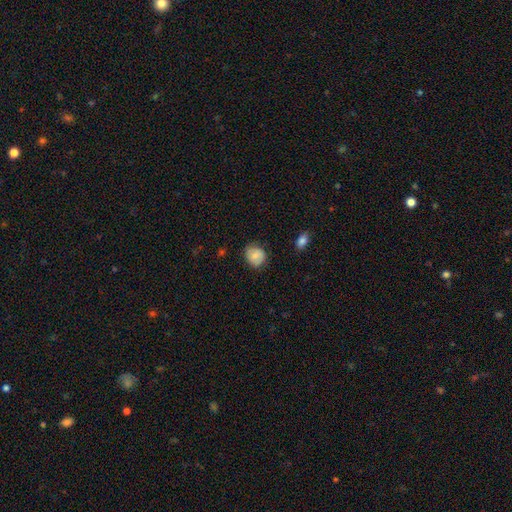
Q: Smooth or featured?
A: smooth (78%); runner-up: featured or disk (16%)
Q: How rounded?
A: round (72%); runner-up: in between (28%)
Q: Merging?
A: none (71%); runner-up: minor disturbance (20%)